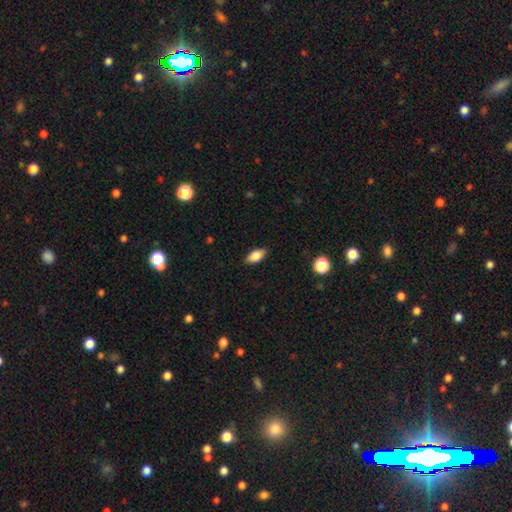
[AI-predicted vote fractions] smooth-or-featured: smooth: 84% | featured or disk: 9% | star or artifact: 8%
  how-rounded: in between: 90% | cigar-shaped: 6% | round: 4%
  merging: none: 86% | minor disturbance: 10% | major disturbance: 2% | merger: 1%